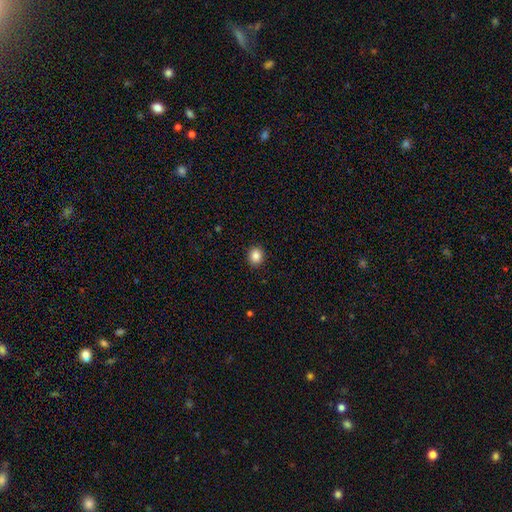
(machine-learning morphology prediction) type=smooth (86%); roundness=round (68%); merging=none (91%).